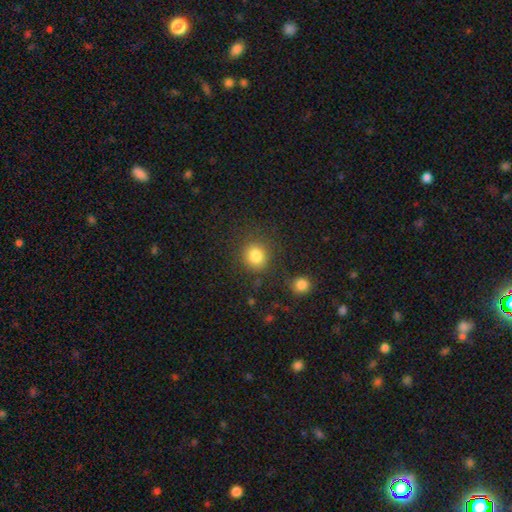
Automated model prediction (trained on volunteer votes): Q: Smooth or featured?
A: smooth (83%); runner-up: star or artifact (11%)
Q: How rounded?
A: round (85%); runner-up: in between (14%)
Q: Merging?
A: none (81%); runner-up: minor disturbance (10%)